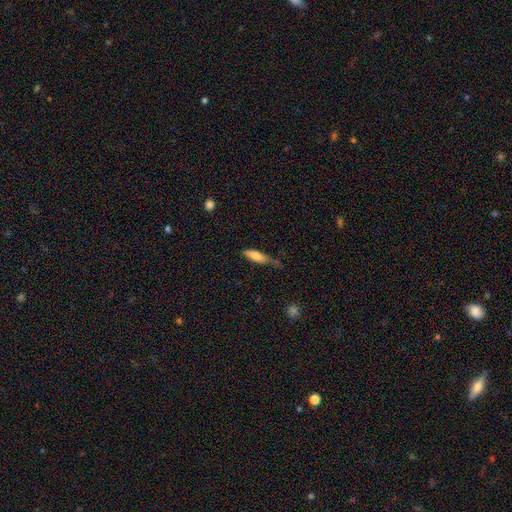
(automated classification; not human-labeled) smooth_or_featured: smooth (p=0.76) [alt: featured or disk p=0.17]
how_rounded: cigar-shaped (p=0.49) [alt: in between p=0.48]
merging: minor disturbance (p=0.39) [tied with: none p=0.39]